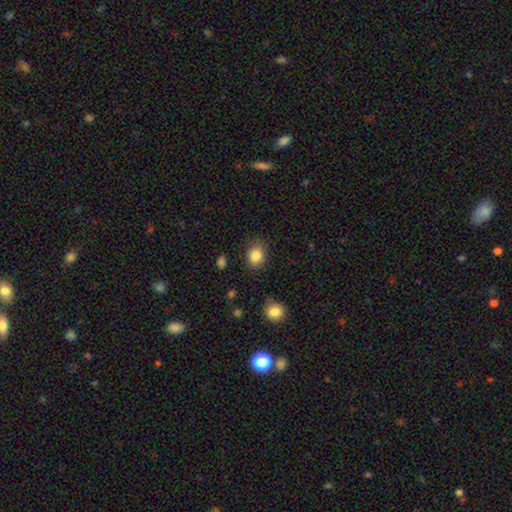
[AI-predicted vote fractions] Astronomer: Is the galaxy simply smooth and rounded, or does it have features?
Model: smooth — 86%.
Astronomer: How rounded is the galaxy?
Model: round — 52% (runner-up: in between, 48%).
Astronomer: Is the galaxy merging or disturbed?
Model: none — 80%.